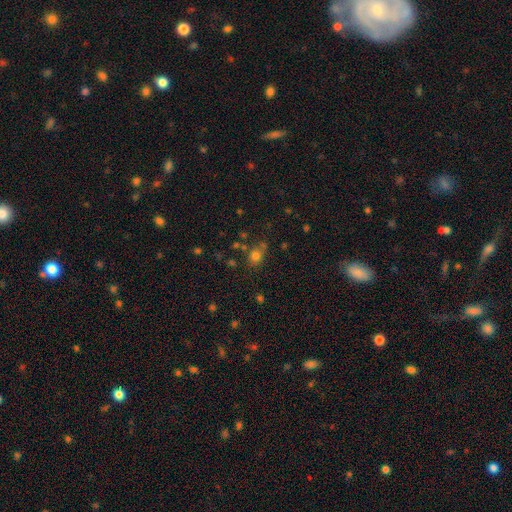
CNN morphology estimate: This is likely a smooth galaxy (74%). How rounded: likely round (64%). Merging: likely none (65%).